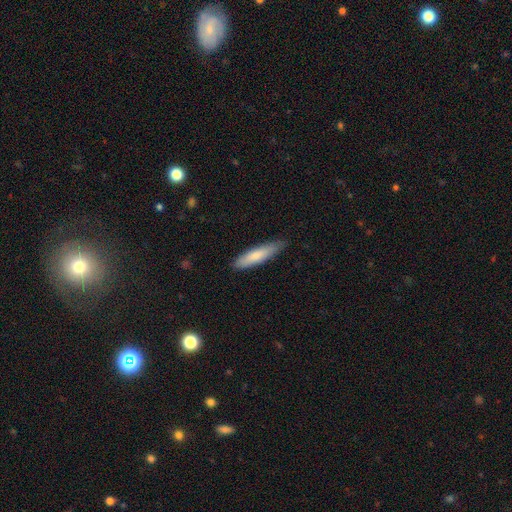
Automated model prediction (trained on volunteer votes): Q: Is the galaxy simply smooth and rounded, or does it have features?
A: smooth — 75%.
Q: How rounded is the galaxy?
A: cigar-shaped — 77%.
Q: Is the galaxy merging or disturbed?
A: none — 79%.